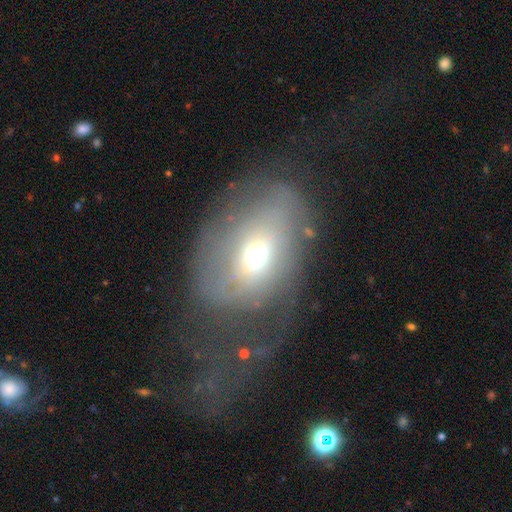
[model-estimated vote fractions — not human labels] Smooth or featured? Predicted: smooth (p=0.48). Merging? Predicted: none (p=0.48).